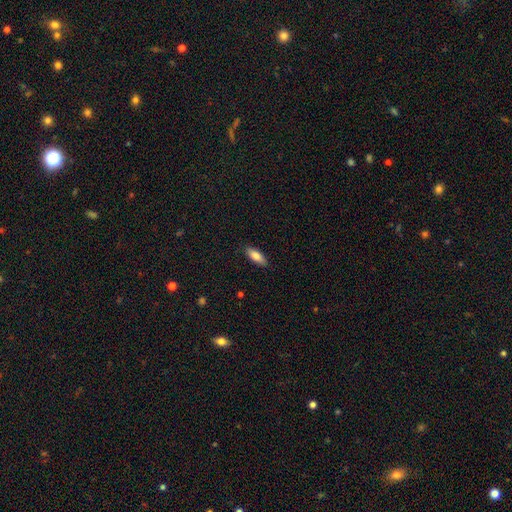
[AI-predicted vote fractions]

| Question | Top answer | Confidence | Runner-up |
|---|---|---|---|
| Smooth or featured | smooth | 83% | featured or disk (11%) |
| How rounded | in between | 71% | cigar-shaped (27%) |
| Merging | none | 87% | minor disturbance (10%) |